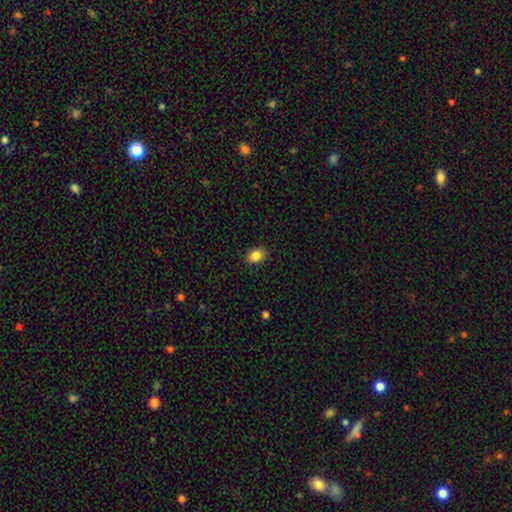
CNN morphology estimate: Q: Smooth or featured?
A: smooth (86%); runner-up: star or artifact (9%)
Q: How rounded?
A: in between (69%); runner-up: round (30%)
Q: Merging?
A: none (89%); runner-up: minor disturbance (8%)